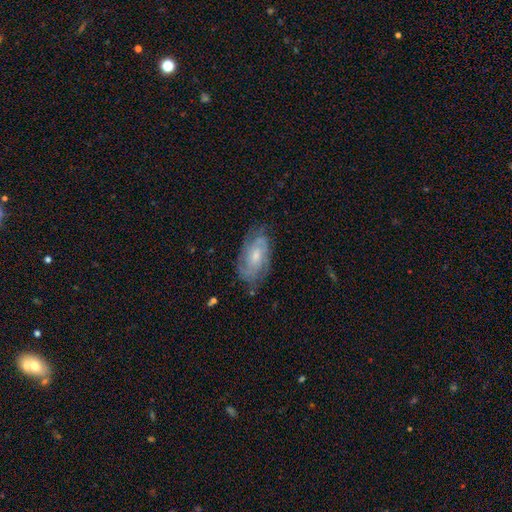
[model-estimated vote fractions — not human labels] Smooth or featured? Predicted: featured or disk (p=0.75). Edge-on disk? Predicted: no (p=0.95). Bar? Predicted: no (p=0.62). Spiral arms? Predicted: yes (p=0.92). Spiral winding? Predicted: tight (p=0.57). Spiral arm count? Predicted: can't tell (p=0.35). Bulge size? Predicted: small (p=0.46). Merging? Predicted: none (p=0.71).